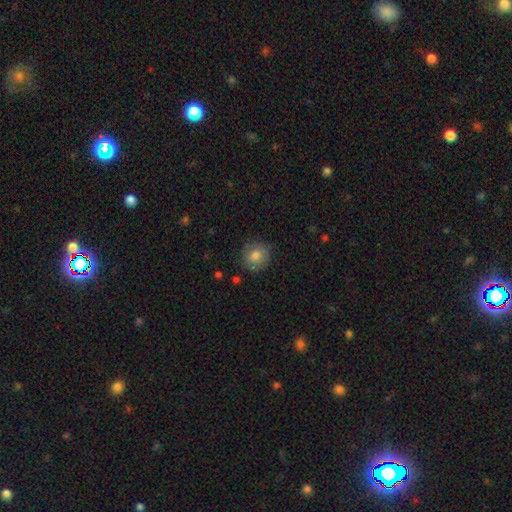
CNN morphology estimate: A smooth galaxy with no disk features (80%) that is round (88%).

Vote fractions:
- Smooth or featured? smooth: 80% / featured or disk: 11% / star or artifact: 9%
- How rounded? round: 88% / in between: 11% / cigar-shaped: 1%
- Merging? none: 84% / minor disturbance: 12% / major disturbance: 3% / merger: 1%